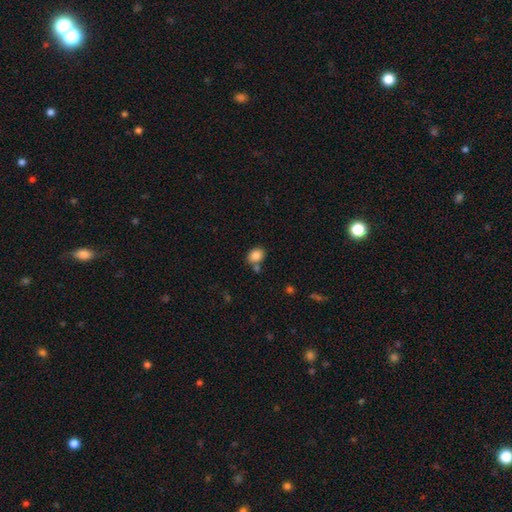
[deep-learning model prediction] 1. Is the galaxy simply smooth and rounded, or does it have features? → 85% smooth, 9% star or artifact, 5% featured or disk.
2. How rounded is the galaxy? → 52% in between, 47% round, 1% cigar-shaped.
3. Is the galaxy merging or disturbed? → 66% none, 18% merger, 12% minor disturbance, 4% major disturbance.